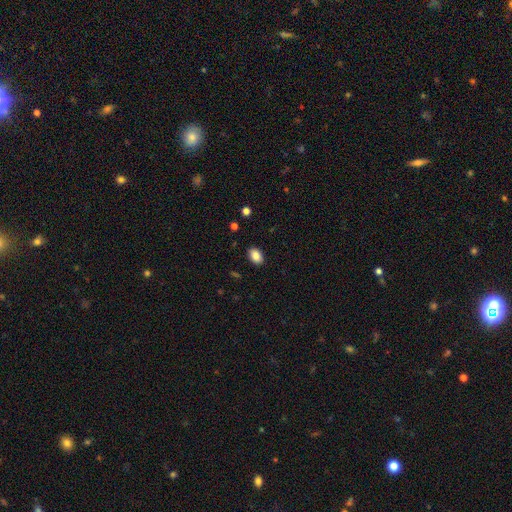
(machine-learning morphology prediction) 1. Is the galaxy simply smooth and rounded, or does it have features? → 86% smooth, 8% star or artifact, 6% featured or disk.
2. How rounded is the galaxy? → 85% in between, 13% round, 1% cigar-shaped.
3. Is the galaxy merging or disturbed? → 89% none, 8% minor disturbance, 2% major disturbance, 1% merger.